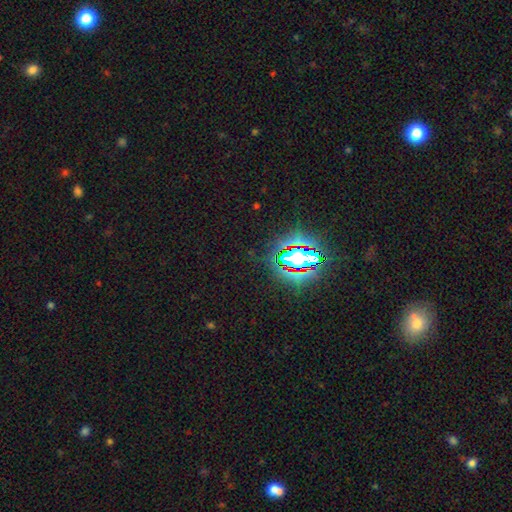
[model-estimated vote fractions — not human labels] smooth_or_featured: star or artifact (p=0.82) [alt: smooth p=0.11]